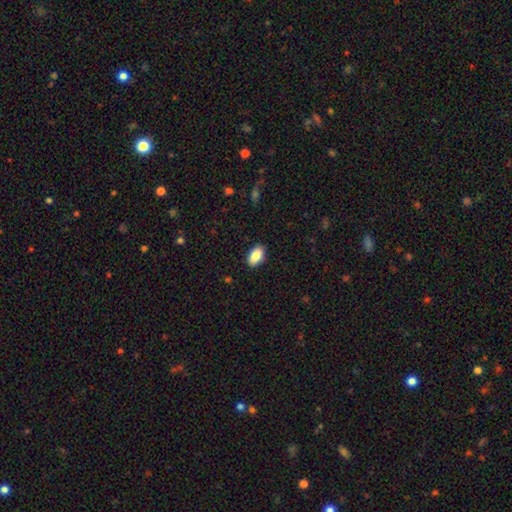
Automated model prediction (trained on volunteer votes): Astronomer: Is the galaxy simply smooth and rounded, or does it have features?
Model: smooth — 85%.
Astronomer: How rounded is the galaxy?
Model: in between — 92%.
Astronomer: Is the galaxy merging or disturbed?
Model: none — 90%.